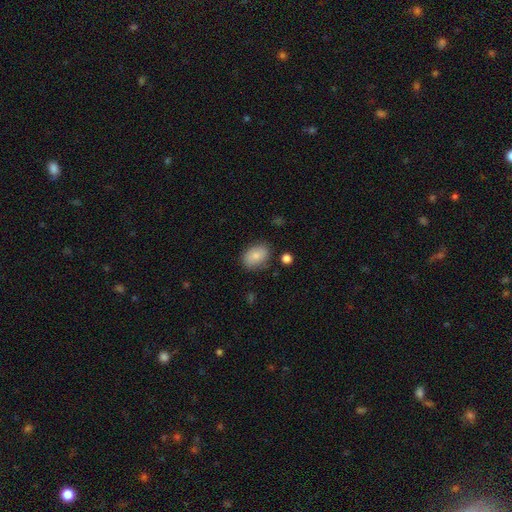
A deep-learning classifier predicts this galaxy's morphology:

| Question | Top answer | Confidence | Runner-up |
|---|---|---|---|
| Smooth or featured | smooth | 83% | featured or disk (10%) |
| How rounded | in between | 77% | round (22%) |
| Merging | none | 79% | minor disturbance (15%) |